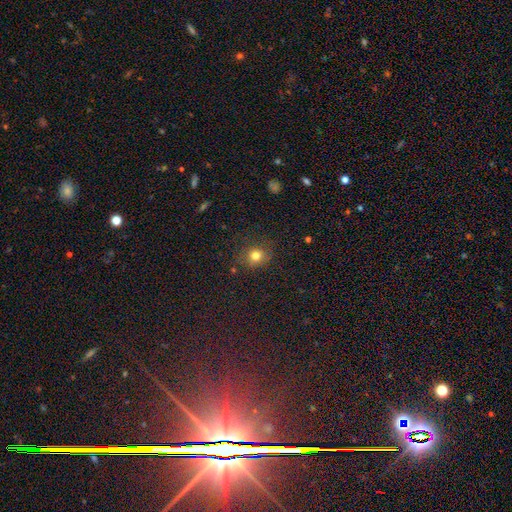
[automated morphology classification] This appears to be a smooth galaxy with no disk features (77%) that is round (78%). Merging: none (80%).